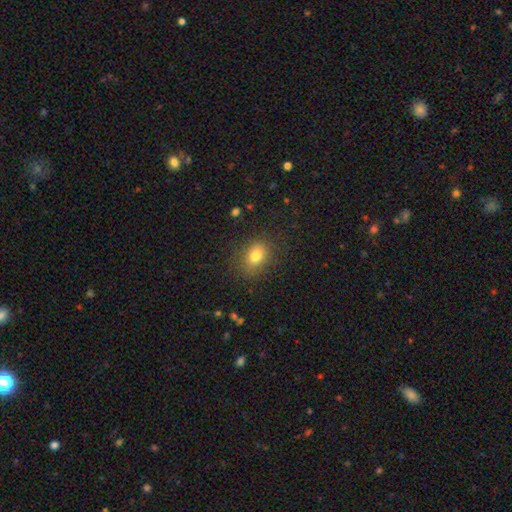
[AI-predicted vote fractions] A smooth galaxy with no disk features (79%) that is in between round and cigar-shaped (65%). Merging: none (82%).